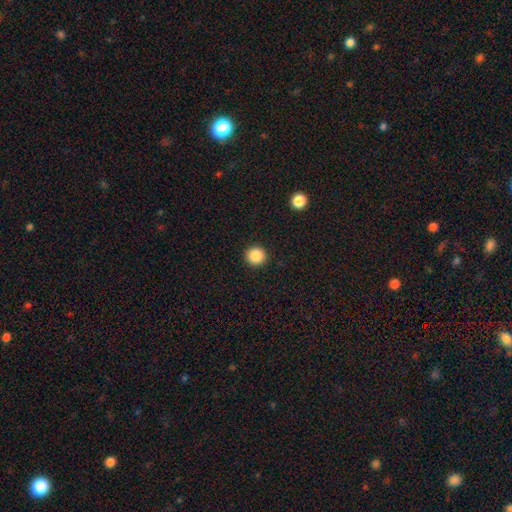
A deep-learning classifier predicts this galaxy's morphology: smooth-or-featured: smooth: 87% | star or artifact: 10% | featured or disk: 3%
  how-rounded: round: 94% | in between: 5% | cigar-shaped: 1%
  merging: none: 93% | minor disturbance: 5% | major disturbance: 2% | merger: 1%